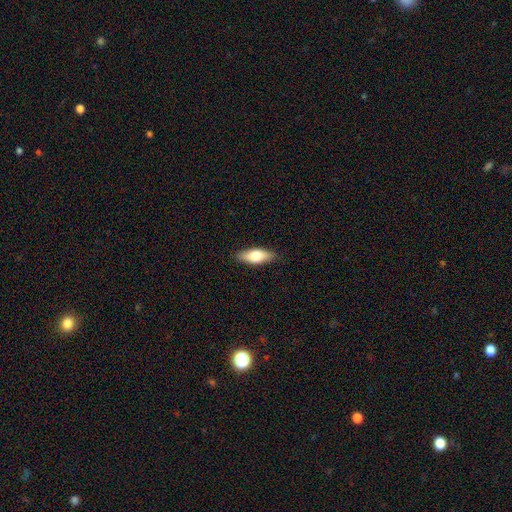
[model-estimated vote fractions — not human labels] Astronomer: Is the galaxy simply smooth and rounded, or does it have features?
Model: smooth — 71%.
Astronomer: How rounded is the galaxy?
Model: in between — 71%.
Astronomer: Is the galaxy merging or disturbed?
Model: none — 88%.